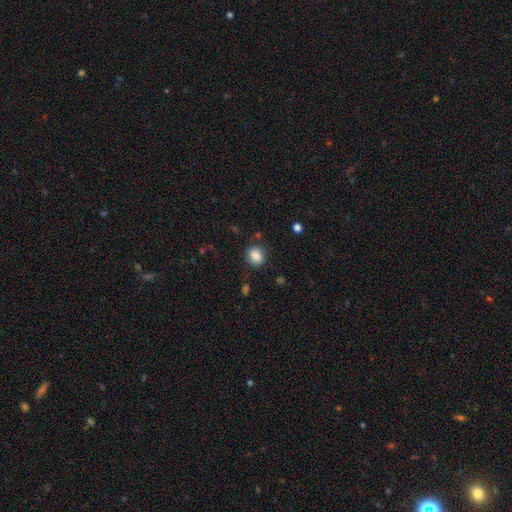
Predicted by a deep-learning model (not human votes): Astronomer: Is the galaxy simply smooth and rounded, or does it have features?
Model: smooth — 85%.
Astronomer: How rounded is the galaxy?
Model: round — 61% (runner-up: in between, 38%).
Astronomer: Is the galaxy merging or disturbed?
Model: none — 83%.